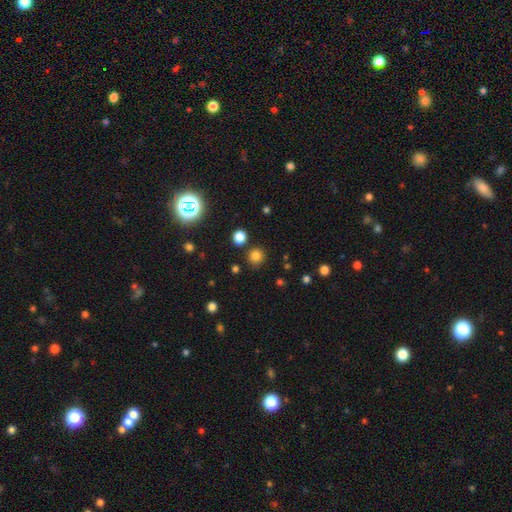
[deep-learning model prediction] This is likely a smooth galaxy (80%). How rounded: clearly round (92%). Merging: clearly none (86%).